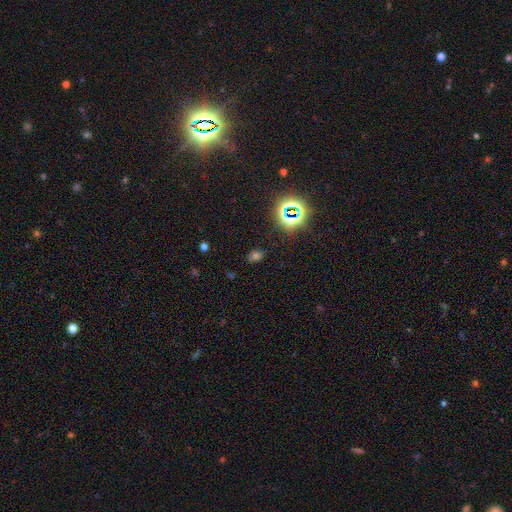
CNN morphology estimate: smooth-or-featured: smooth: 48% | star or artifact: 45% | featured or disk: 8%
  merging: none: 81% | minor disturbance: 12% | major disturbance: 4% | merger: 3%